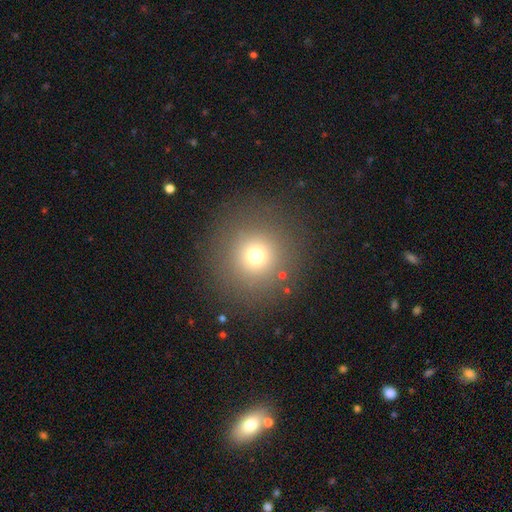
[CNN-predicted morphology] Smooth or featured?
  - smooth: 70% *
  - star or artifact: 19%
  - featured or disk: 11%
How rounded?
  - round: 95% *
  - in between: 4%
  - cigar-shaped: 1%
Merging?
  - none: 87% *
  - minor disturbance: 7%
  - major disturbance: 4%
  - merger: 2%